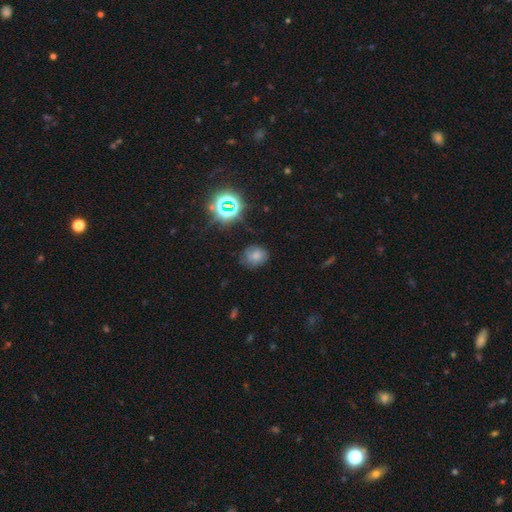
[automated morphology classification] smooth-or-featured: smooth: 66% | star or artifact: 22% | featured or disk: 12%
  how-rounded: round: 71% | in between: 28% | cigar-shaped: 1%
  merging: none: 71% | minor disturbance: 21% | major disturbance: 6% | merger: 2%